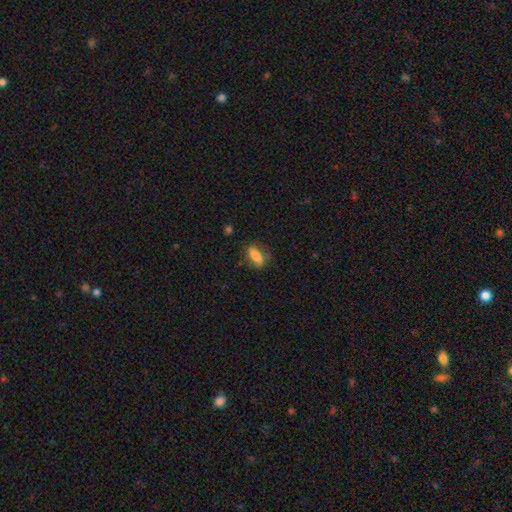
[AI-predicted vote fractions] Smooth or featured?
  - smooth: 76% *
  - featured or disk: 16%
  - star or artifact: 8%
How rounded?
  - in between: 68% *
  - cigar-shaped: 28%
  - round: 4%
Merging?
  - none: 72% *
  - minor disturbance: 20%
  - major disturbance: 6%
  - merger: 2%